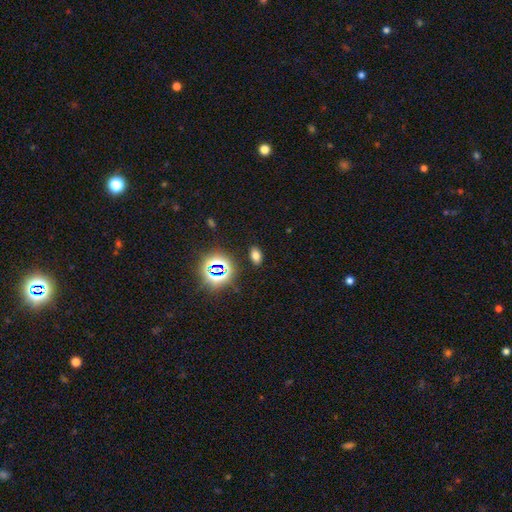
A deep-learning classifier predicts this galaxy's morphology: smooth_or_featured: smooth (p=0.66) [alt: star or artifact p=0.26]
how_rounded: in between (p=0.87) [alt: round p=0.10]
merging: none (p=0.88) [alt: minor disturbance p=0.08]